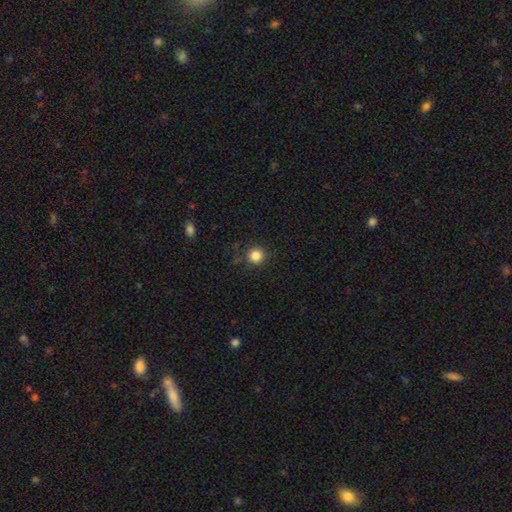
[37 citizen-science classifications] smooth_or_featured: smooth (p=0.89) [alt: star or artifact p=0.08]
how_rounded: round (p=1.00)
merging: none (p=0.91) [alt: minor disturbance p=0.06]